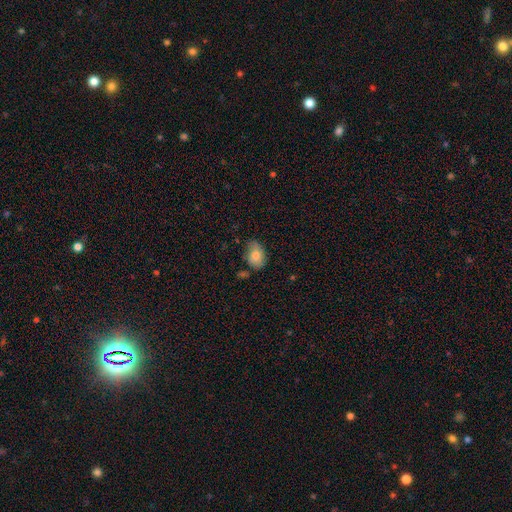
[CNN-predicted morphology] This appears to be a smooth galaxy with no disk features (79%) that is in between round and cigar-shaped (80%). Merging: none (61%).